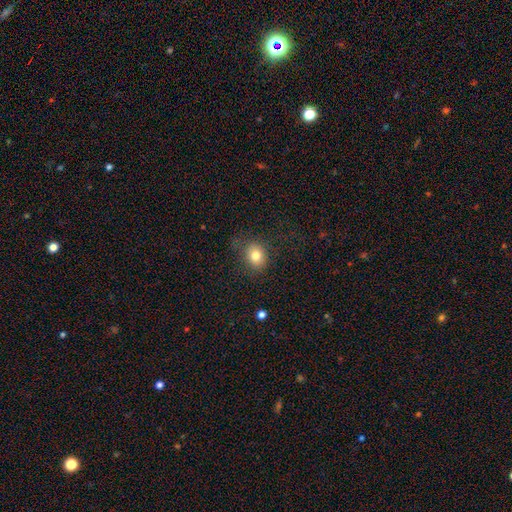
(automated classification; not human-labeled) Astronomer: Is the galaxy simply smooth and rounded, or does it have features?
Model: smooth — 80%.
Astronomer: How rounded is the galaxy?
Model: round — 58% (runner-up: in between, 41%).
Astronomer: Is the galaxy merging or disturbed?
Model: none — 76%.